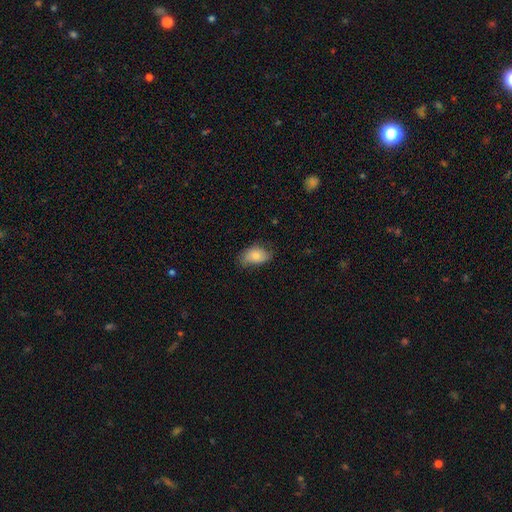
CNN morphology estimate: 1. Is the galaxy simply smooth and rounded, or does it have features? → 77% smooth, 16% featured or disk, 7% star or artifact.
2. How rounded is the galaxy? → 89% in between, 9% round, 1% cigar-shaped.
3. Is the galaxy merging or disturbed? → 65% none, 27% minor disturbance, 6% major disturbance, 1% merger.